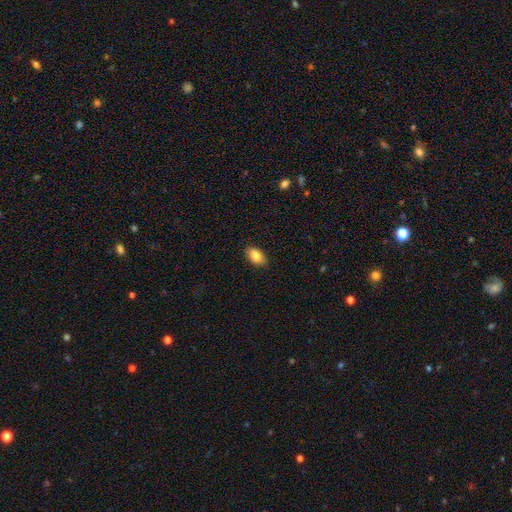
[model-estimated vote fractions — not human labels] Overall: smooth (85%). How rounded: in between (90%). Merging: none (87%).